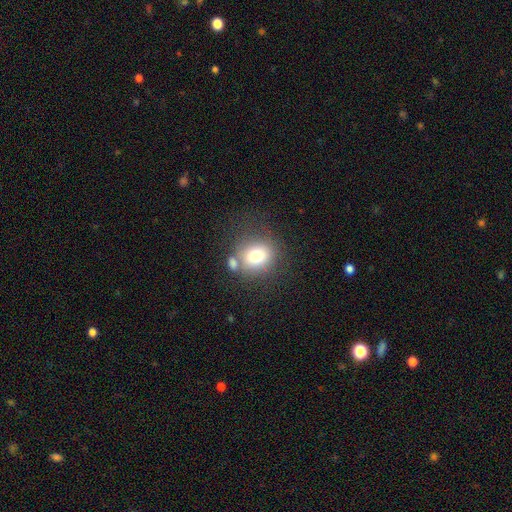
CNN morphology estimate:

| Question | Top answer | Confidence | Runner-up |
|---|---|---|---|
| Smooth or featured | smooth | 76% | featured or disk (13%) |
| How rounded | round | 71% | in between (28%) |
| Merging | none | 60% | merger (19%) |